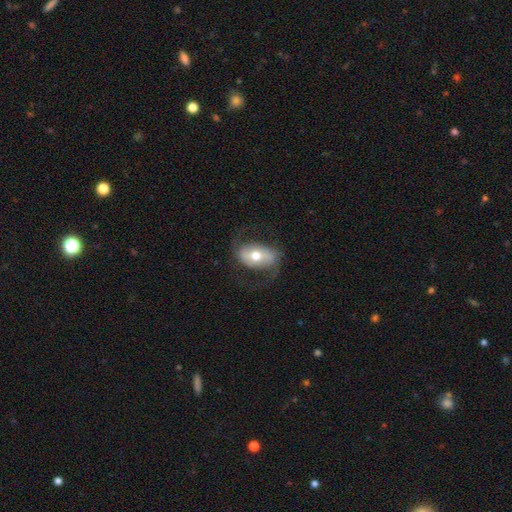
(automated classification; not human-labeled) A featured or disk galaxy (64%) with a strong bar (37%), spiral arms (76%) and a moderate central bulge (73%).

Vote fractions:
- Smooth or featured? featured or disk: 64% / smooth: 30% / star or artifact: 6%
- Edge-on disk? no: 94% / yes: 6%
- Bar? strong: 37% / no: 32% / weak: 32%
- Spiral arms? yes: 76% / no: 24%
- Bulge size? moderate: 73% / small: 14% / large: 10% / dominant: 2% / none: 1%
- Merging? none: 68% / minor disturbance: 16% / major disturbance: 14% / merger: 1%